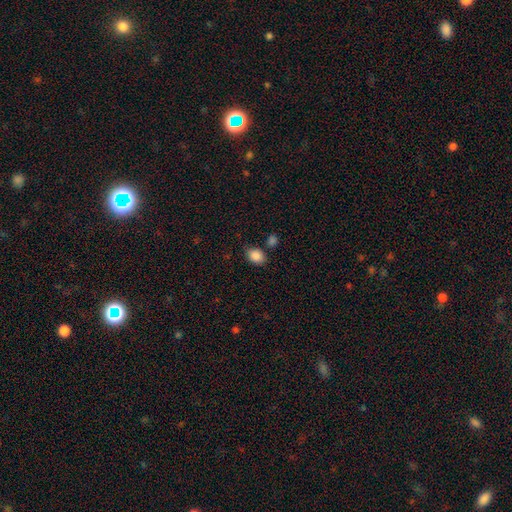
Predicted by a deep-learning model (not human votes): Smooth or featured? smooth (87%)
How rounded? in between (65%)
Merging? none (76%)